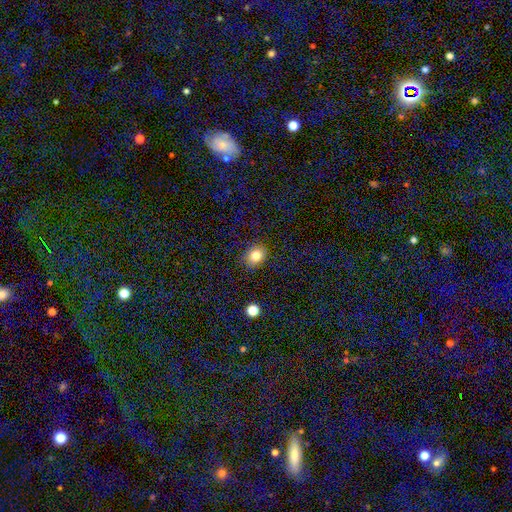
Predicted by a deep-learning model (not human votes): smooth 81%, star or artifact 10%, featured or disk 9%. Down the decision tree: how rounded — in between (50%); merging — none (85%).